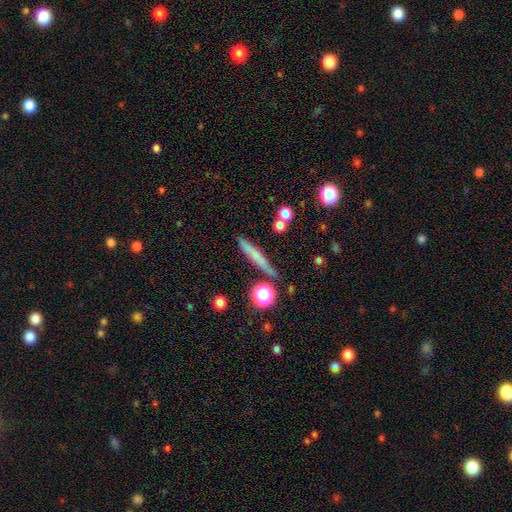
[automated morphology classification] This appears to be a smooth galaxy with no disk features (58%) that is cigar-shaped (88%). Merging: none (80%).